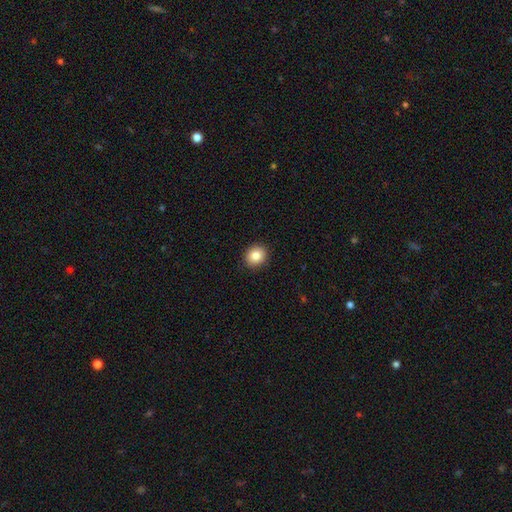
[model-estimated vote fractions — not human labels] Smooth or featured? smooth (84%)
How rounded? round (79%)
Merging? none (92%)